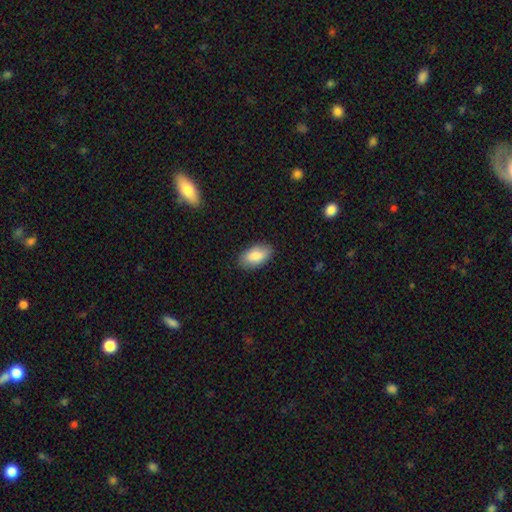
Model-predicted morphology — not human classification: This is clearly a smooth galaxy (87%). How rounded: clearly in between (94%). Merging: clearly none (86%).